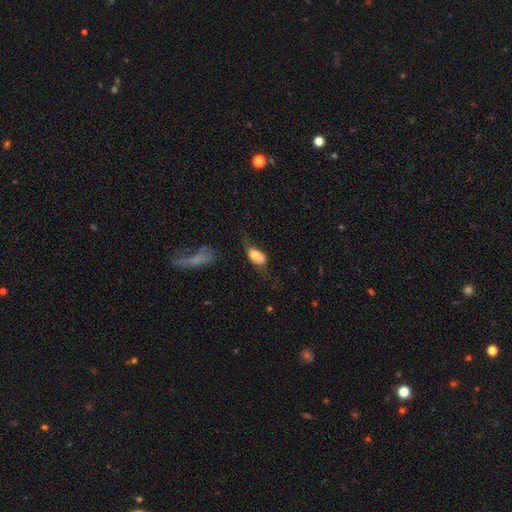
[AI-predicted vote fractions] smooth_or_featured: smooth (p=0.63) [alt: featured or disk p=0.28]
how_rounded: in between (p=0.78) [alt: round p=0.16]
merging: merger (p=0.42) [alt: none p=0.24]